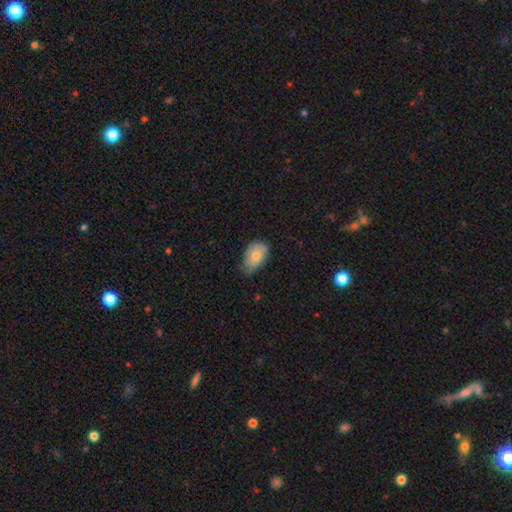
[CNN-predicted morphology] This appears to be a smooth galaxy with no disk features (71%) that is in between round and cigar-shaped (86%). Merging: none (51%).